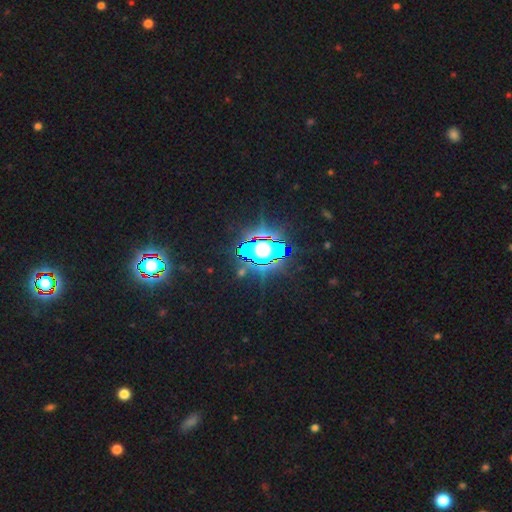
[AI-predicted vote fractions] Q: Smooth or featured?
A: star or artifact (83%); runner-up: smooth (10%)